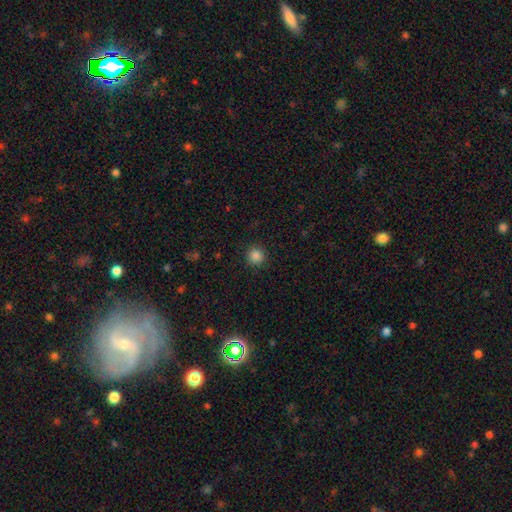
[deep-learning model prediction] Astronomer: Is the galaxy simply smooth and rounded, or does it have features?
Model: smooth — 86%.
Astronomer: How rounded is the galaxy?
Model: round — 94%.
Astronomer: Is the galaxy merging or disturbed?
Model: none — 91%.